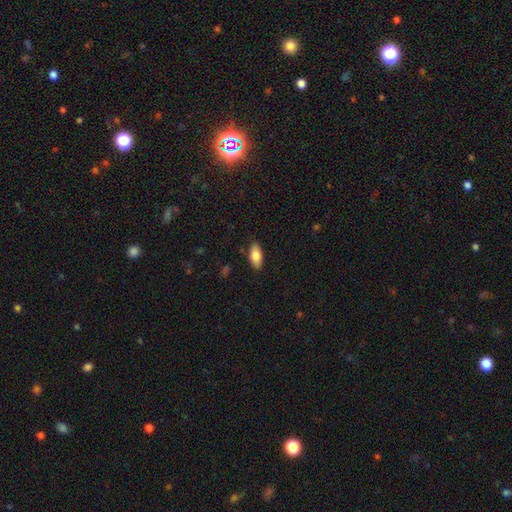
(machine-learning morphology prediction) Smooth or featured? Predicted: smooth (p=0.81). How rounded? Predicted: in between (p=0.87). Merging? Predicted: none (p=0.87).